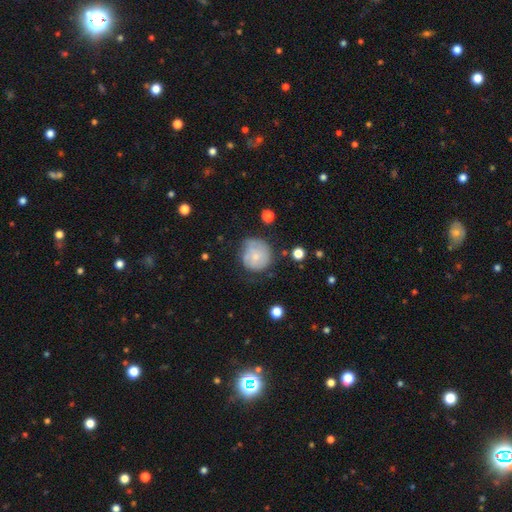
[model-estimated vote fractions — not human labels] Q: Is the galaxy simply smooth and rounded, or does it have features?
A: smooth — 64%.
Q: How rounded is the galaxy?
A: round — 87%.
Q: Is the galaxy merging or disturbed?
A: none — 55%.